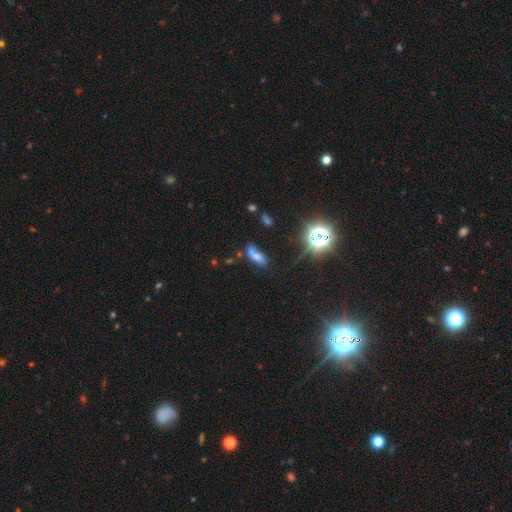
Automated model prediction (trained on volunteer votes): Smooth or featured: smooth — 57% (star or artifact — 24%)
How rounded: in between — 76% (cigar-shaped — 15%)
Merging: merger — 40% (none — 33%)